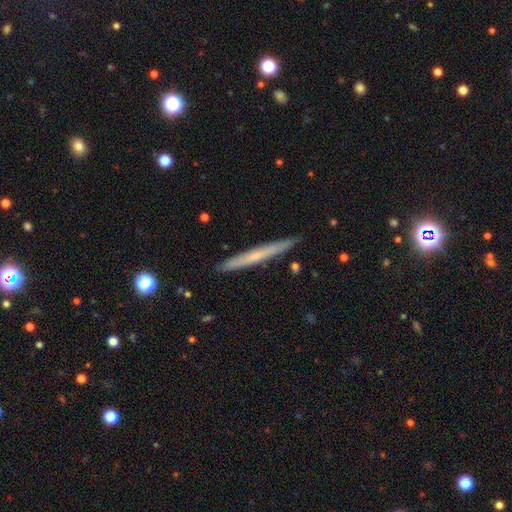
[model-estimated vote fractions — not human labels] Smooth or featured: featured or disk — 49% (smooth — 45%)
Merging: none — 90% (minor disturbance — 7%)